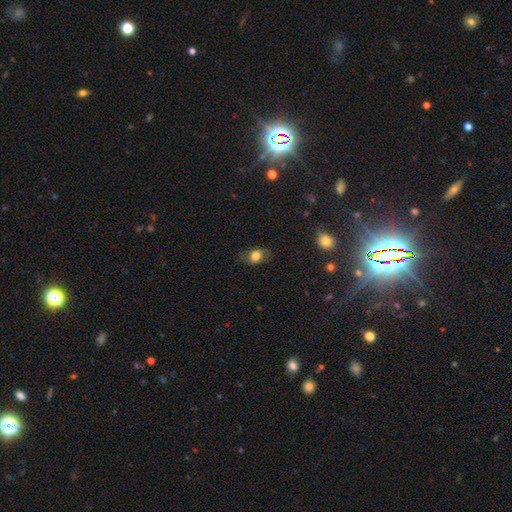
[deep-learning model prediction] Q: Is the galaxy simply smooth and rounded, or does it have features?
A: smooth — 71%.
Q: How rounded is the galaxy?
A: in between — 76%.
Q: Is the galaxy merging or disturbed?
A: none — 71%.